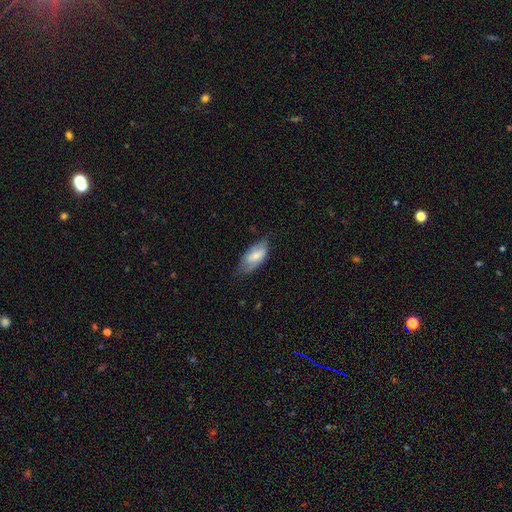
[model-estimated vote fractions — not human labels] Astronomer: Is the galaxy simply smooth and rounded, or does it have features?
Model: smooth — 62%.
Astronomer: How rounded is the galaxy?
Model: in between — 90%.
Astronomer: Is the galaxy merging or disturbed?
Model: none — 60%.